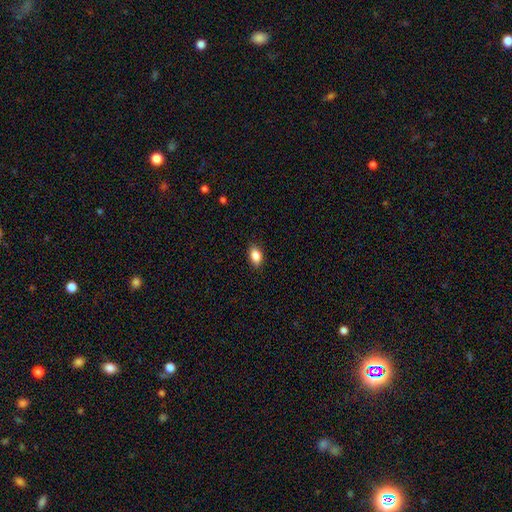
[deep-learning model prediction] smooth_or_featured: smooth (p=0.87) [alt: star or artifact p=0.08]
how_rounded: in between (p=0.88) [alt: round p=0.10]
merging: none (p=0.87) [alt: minor disturbance p=0.10]